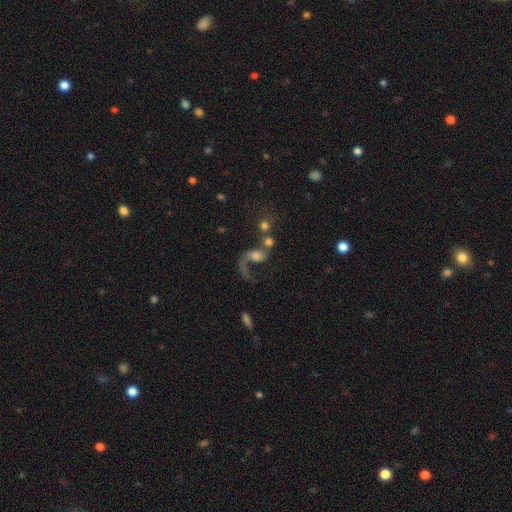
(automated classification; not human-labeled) smooth_or_featured: featured or disk (p=0.53) [alt: smooth p=0.34]
disk_edge_on: no (p=0.96) [alt: yes p=0.04]
bar: no (p=0.69) [alt: weak p=0.24]
has_spiral_arms: yes (p=0.76) [alt: no p=0.24]
bulge_size: moderate (p=0.35) [alt: large p=0.22]
merging: merger (p=0.34) [tied with: major disturbance p=0.34]